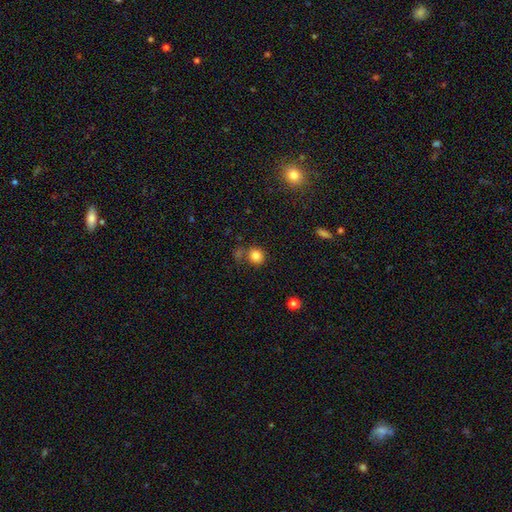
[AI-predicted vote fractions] smooth-or-featured: smooth: 83% | star or artifact: 11% | featured or disk: 5%
  how-rounded: round: 87% | in between: 12% | cigar-shaped: 1%
  merging: none: 72% | minor disturbance: 12% | merger: 11% | major disturbance: 5%